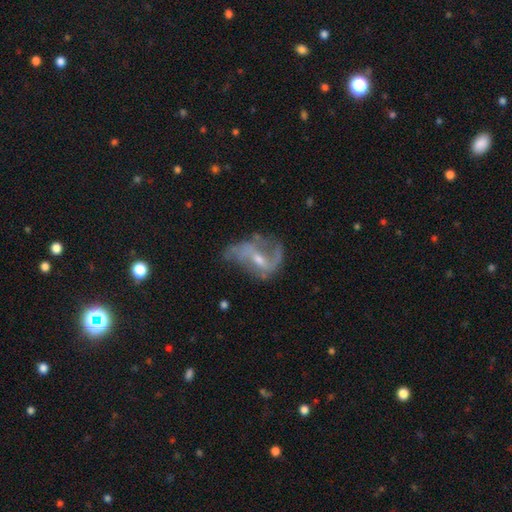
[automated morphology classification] smooth_or_featured: featured or disk (p=0.75) [alt: star or artifact p=0.14]
disk_edge_on: no (p=0.95) [alt: yes p=0.05]
bar: weak (p=0.41) [alt: no p=0.36]
has_spiral_arms: yes (p=0.83) [alt: no p=0.17]
spiral_winding: loose (p=0.52) [alt: medium p=0.35]
spiral_arm_count: 2 (p=0.56) [alt: can't tell p=0.17]
bulge_size: small (p=0.54) [alt: moderate p=0.39]
merging: none (p=0.48) [alt: major disturbance p=0.26]